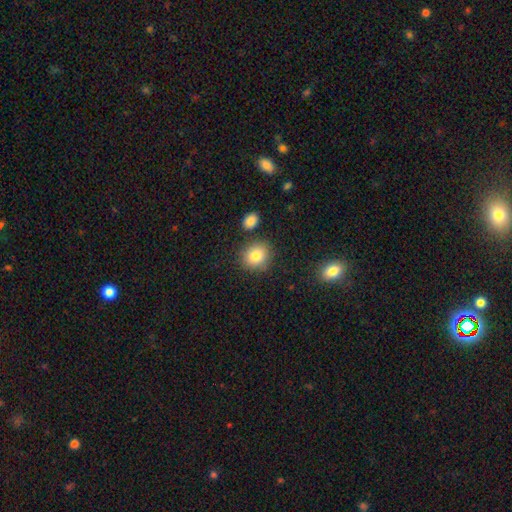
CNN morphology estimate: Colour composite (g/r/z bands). It shows a smooth galaxy with no disk features (82%) that is round (78%). Merging: none (82%).